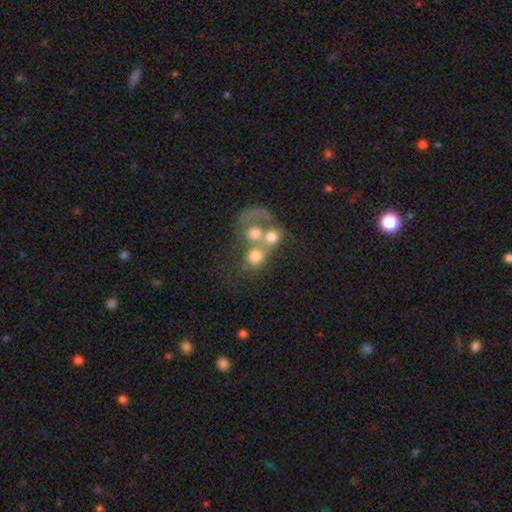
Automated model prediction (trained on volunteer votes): smooth_or_featured: smooth (p=0.61) [alt: featured or disk p=0.27]
how_rounded: round (p=0.81) [alt: in between p=0.18]
merging: merger (p=0.57) [alt: none p=0.25]